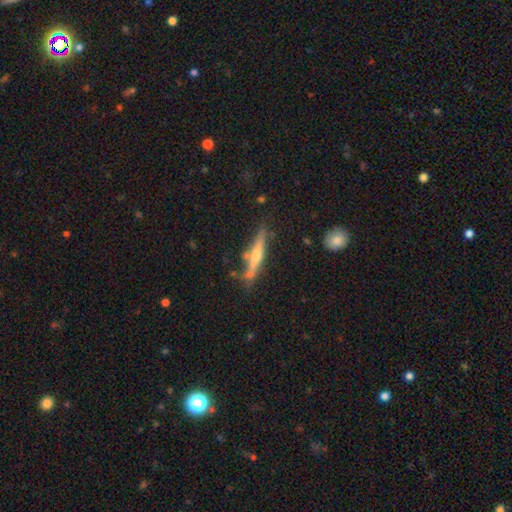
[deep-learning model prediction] smooth_or_featured: featured or disk (p=0.62) [alt: smooth p=0.32]
disk_edge_on: yes (p=0.95) [alt: no p=0.05]
edge_on_bulge: rounded (p=0.80) [alt: none p=0.13]
merging: none (p=0.74) [alt: minor disturbance p=0.15]